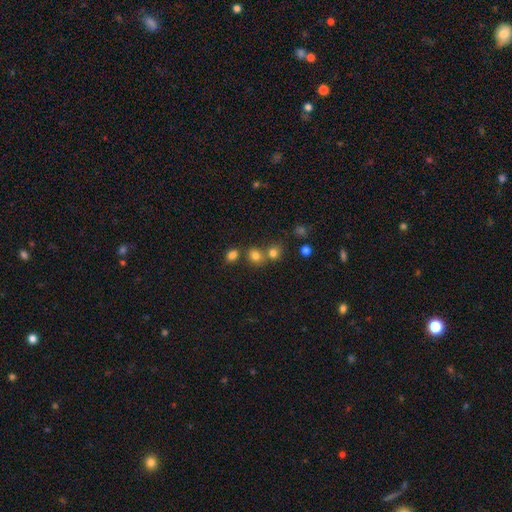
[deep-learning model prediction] smooth 76%, star or artifact 16%, featured or disk 8%. Down the decision tree: how rounded — round (68%); merging — none (56%).